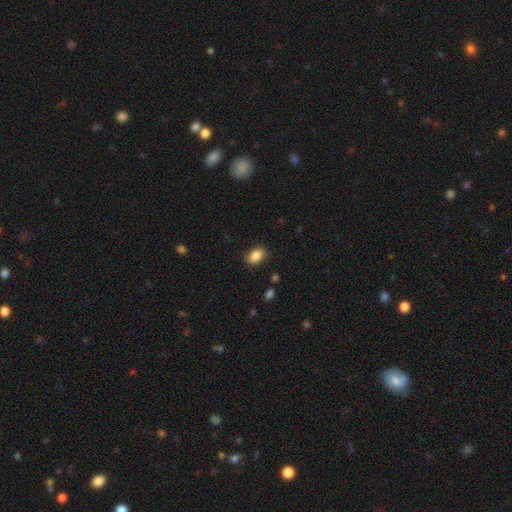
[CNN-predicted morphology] smooth-or-featured: smooth: 87% | star or artifact: 8% | featured or disk: 5%
  how-rounded: in between: 85% | round: 13% | cigar-shaped: 1%
  merging: none: 86% | minor disturbance: 10% | major disturbance: 3% | merger: 1%